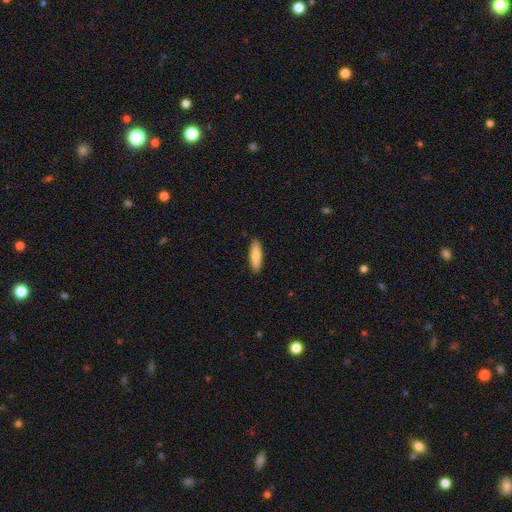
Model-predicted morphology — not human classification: Overall: smooth (80%). How rounded: cigar-shaped (56%; in between 42%). Merging: none (89%).